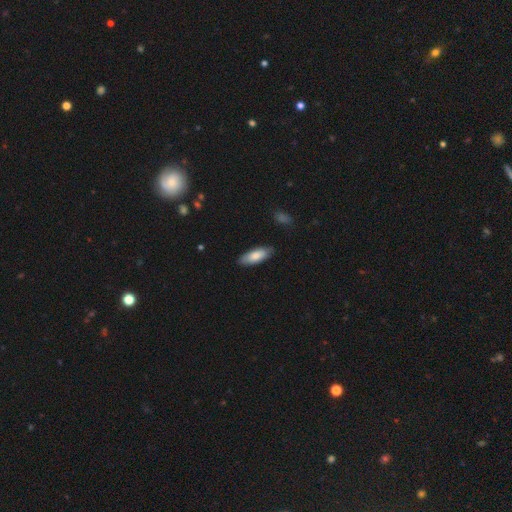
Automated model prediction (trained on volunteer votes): smooth-or-featured: smooth: 80% | featured or disk: 14% | star or artifact: 6%
  how-rounded: in between: 72% | cigar-shaped: 27% | round: 2%
  merging: none: 84% | minor disturbance: 12% | major disturbance: 2% | merger: 1%